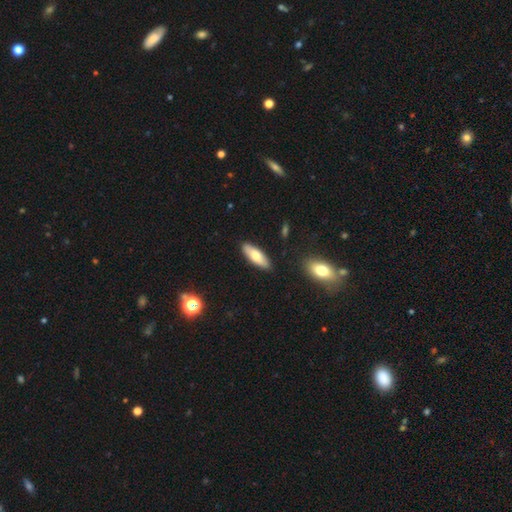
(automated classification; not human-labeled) smooth 70%, featured or disk 24%, star or artifact 6%. Down the decision tree: how rounded — in between (62%); merging — none (88%).